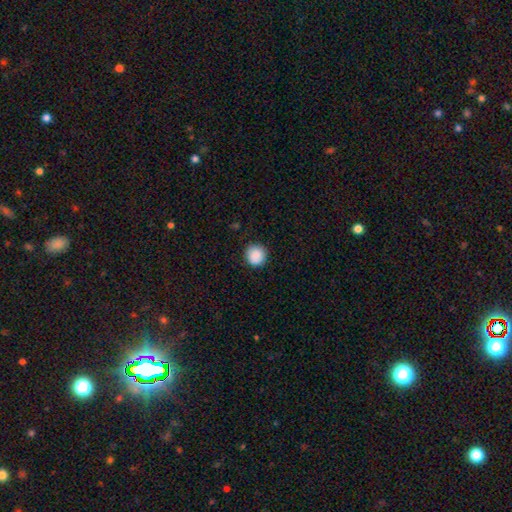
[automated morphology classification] A smooth galaxy with no disk features (89%) that is round (94%). Merging: none (89%).